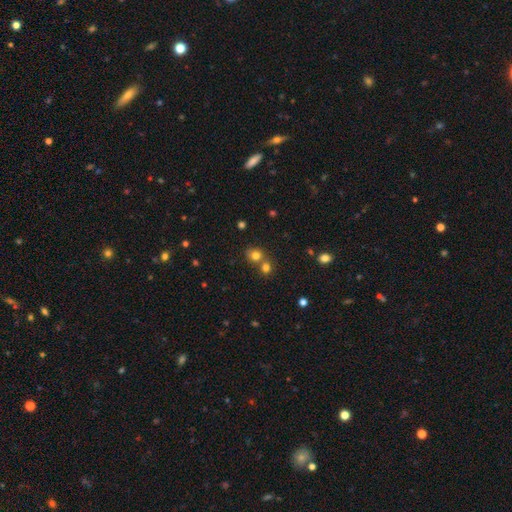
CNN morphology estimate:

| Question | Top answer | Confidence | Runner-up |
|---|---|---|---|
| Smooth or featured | smooth | 76% | star or artifact (15%) |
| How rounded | round | 81% | in between (19%) |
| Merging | none | 50% | merger (40%) |